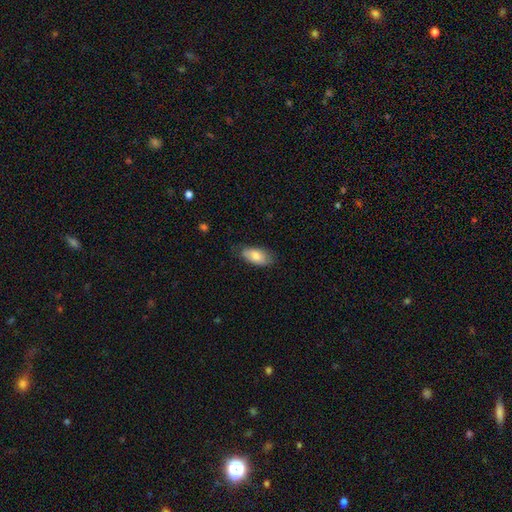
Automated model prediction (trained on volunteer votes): smooth 76%, featured or disk 17%, star or artifact 6%. Down the decision tree: how rounded — in between (91%); merging — none (73%).